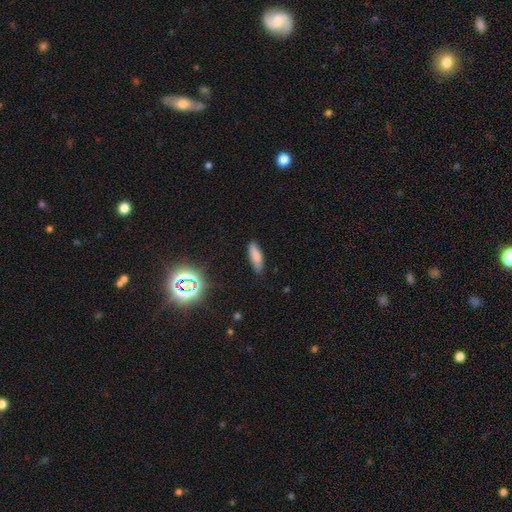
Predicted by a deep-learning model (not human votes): Smooth or featured? smooth (79%)
How rounded? cigar-shaped (49%, tied with in between)
Merging? none (84%)